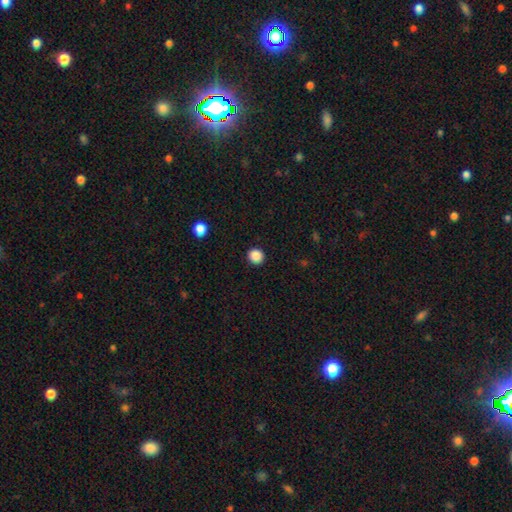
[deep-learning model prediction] Q: Smooth or featured?
A: smooth (88%); runner-up: star or artifact (10%)
Q: How rounded?
A: round (90%); runner-up: in between (9%)
Q: Merging?
A: none (92%); runner-up: minor disturbance (5%)